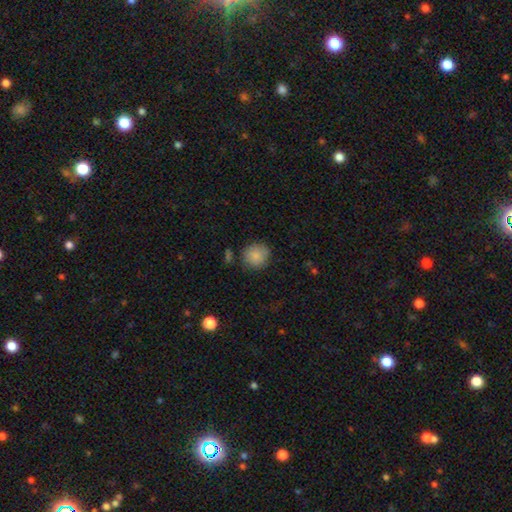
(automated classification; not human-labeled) Smooth or featured?
  - smooth: 86% *
  - star or artifact: 8%
  - featured or disk: 6%
How rounded?
  - round: 87% *
  - in between: 12%
  - cigar-shaped: 1%
Merging?
  - none: 80% *
  - minor disturbance: 13%
  - major disturbance: 3%
  - merger: 3%